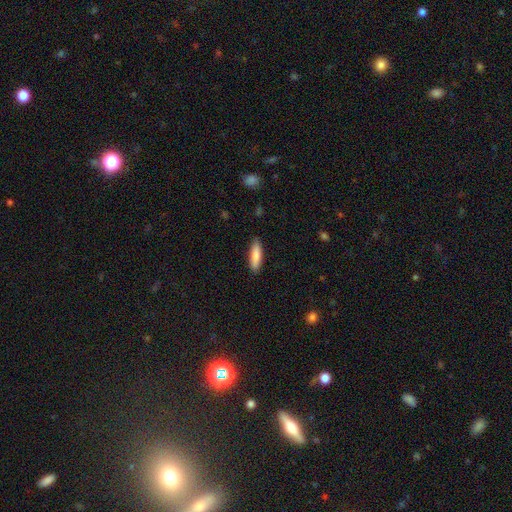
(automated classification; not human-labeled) Smooth or featured? Predicted: smooth (p=0.84). How rounded? Predicted: cigar-shaped (p=0.62). Merging? Predicted: none (p=0.87).